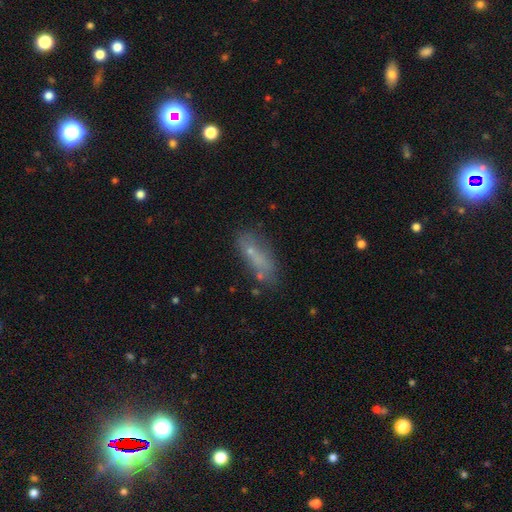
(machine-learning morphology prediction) The model was most divided on "how rounded": in between: 54%, cigar-shaped: 42%, round: 4%. More confident: smooth or featured — smooth (61%); merging — none (56%).